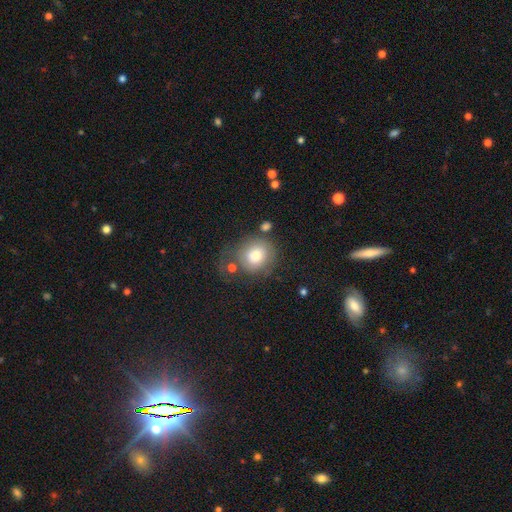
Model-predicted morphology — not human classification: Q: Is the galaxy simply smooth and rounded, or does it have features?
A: smooth — 69%.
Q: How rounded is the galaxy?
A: round — 81%.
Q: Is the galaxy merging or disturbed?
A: none — 55%.